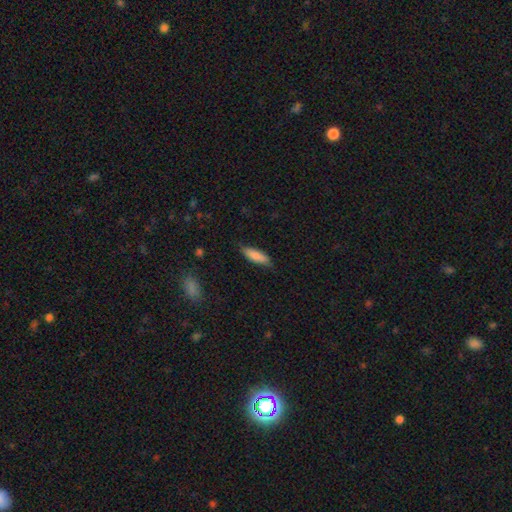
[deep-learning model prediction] The model was most divided on "how rounded": cigar-shaped: 52%, in between: 46%, round: 2%. More confident: smooth or featured — smooth (82%); merging — none (75%).